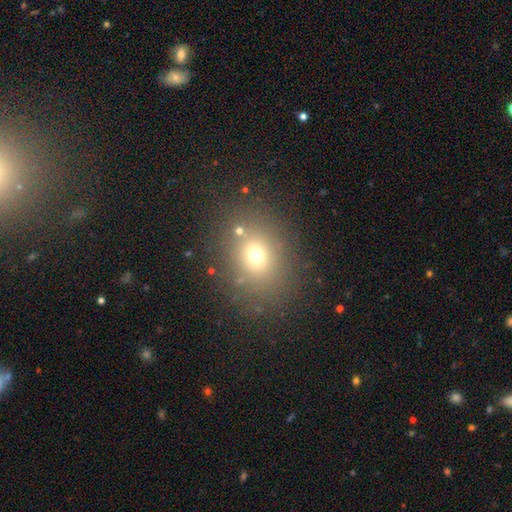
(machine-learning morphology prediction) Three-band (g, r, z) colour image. It shows a smooth galaxy with no disk features (68%) that is round (58%). Merging: none (81%).